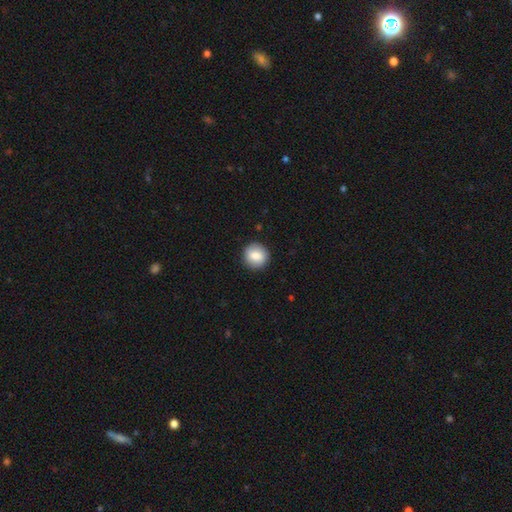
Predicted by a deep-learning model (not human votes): The model was most divided on "smooth or featured": smooth: 84%, featured or disk: 9%, star or artifact: 7%. More confident: how rounded — round (93%); merging — none (91%).